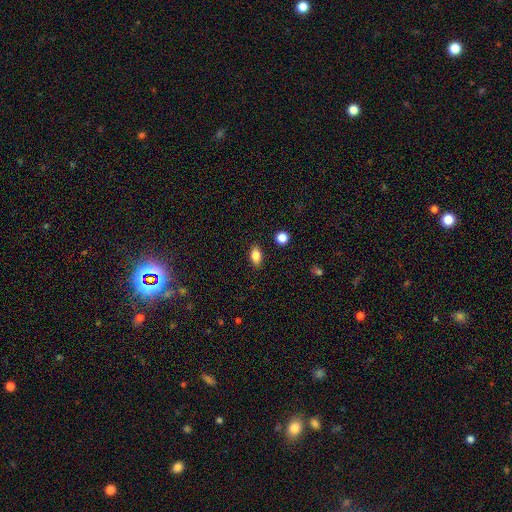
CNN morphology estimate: Smooth or featured?
  - smooth: 83% *
  - star or artifact: 9%
  - featured or disk: 8%
How rounded?
  - in between: 87% *
  - round: 8%
  - cigar-shaped: 5%
Merging?
  - none: 87% *
  - minor disturbance: 9%
  - major disturbance: 2%
  - merger: 2%